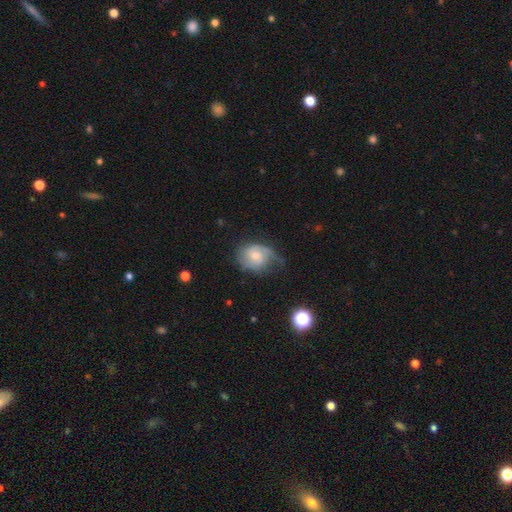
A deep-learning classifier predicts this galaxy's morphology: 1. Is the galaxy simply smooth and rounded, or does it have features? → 54% featured or disk, 39% smooth, 8% star or artifact.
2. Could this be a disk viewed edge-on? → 97% no, 3% yes.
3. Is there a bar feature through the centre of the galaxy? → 62% no, 33% weak, 5% strong.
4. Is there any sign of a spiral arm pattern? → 83% yes, 17% no.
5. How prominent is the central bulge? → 48% moderate, 38% small, 6% large, 6% none, 1% dominant.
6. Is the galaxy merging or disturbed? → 41% none, 33% minor disturbance, 24% major disturbance, 2% merger.